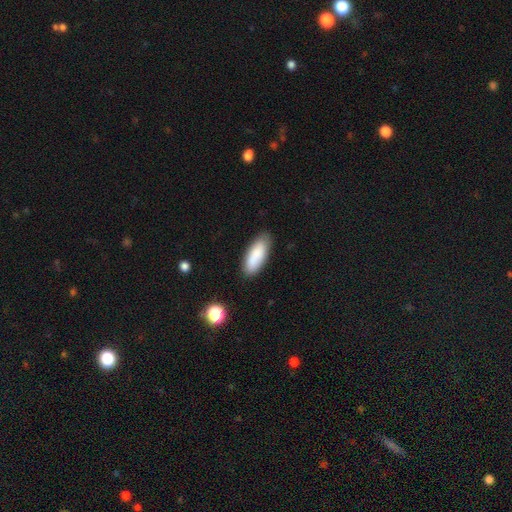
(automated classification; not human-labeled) Smooth or featured? smooth (84%)
How rounded? in between (73%)
Merging? none (82%)